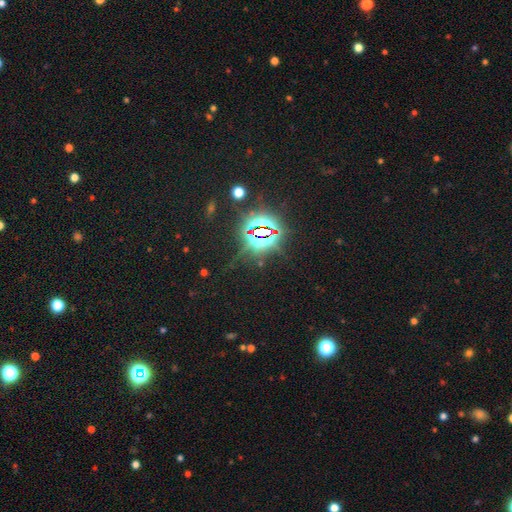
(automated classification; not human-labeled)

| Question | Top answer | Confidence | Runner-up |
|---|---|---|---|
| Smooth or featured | star or artifact | 83% | smooth (10%) |